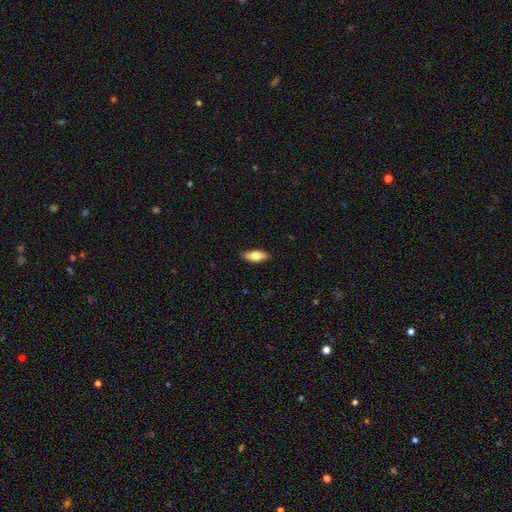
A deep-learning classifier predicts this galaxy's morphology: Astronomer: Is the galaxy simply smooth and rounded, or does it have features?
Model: smooth — 75%.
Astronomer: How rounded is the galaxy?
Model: in between — 79%.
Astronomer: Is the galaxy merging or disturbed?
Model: none — 88%.